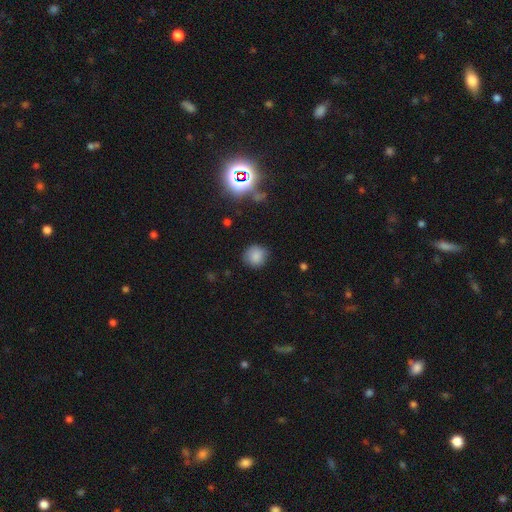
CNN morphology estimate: The model was most divided on "smooth or featured": smooth: 83%, star or artifact: 12%, featured or disk: 5%. More confident: how rounded — round (90%); merging — none (86%).